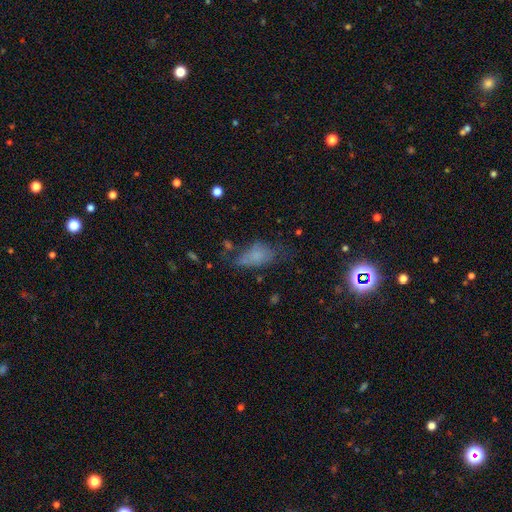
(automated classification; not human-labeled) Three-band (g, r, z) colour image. It shows a smooth galaxy with no disk features (64%) that is in between round and cigar-shaped (85%). Merging: none (38%).